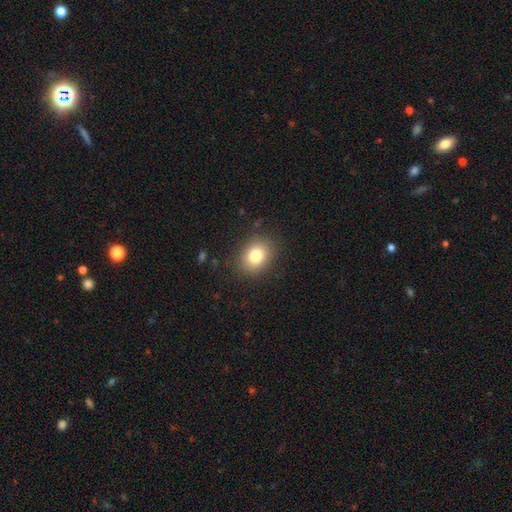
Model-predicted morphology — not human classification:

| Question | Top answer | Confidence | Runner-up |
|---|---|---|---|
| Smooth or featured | smooth | 80% | star or artifact (11%) |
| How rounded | round | 52% | in between (47%) |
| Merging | none | 87% | minor disturbance (9%) |